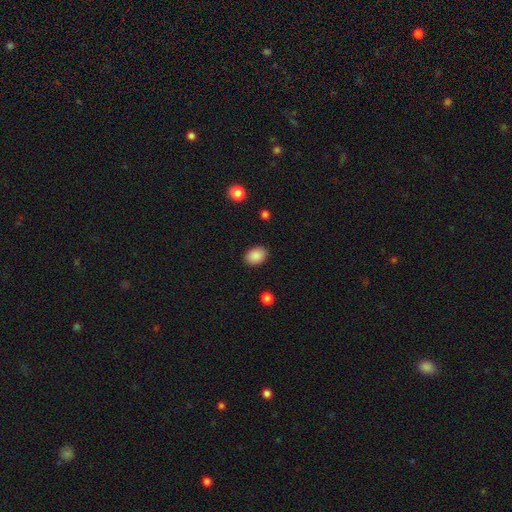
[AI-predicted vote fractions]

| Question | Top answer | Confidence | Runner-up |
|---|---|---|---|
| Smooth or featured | smooth | 90% | star or artifact (7%) |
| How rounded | in between | 74% | round (25%) |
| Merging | none | 89% | minor disturbance (8%) |